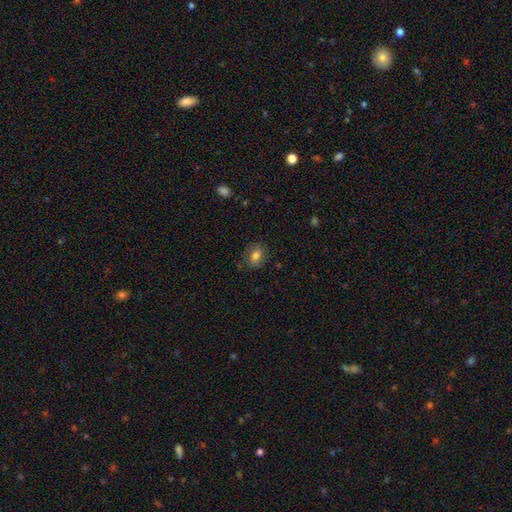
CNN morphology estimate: Smooth or featured: smooth — 75% (featured or disk — 15%)
How rounded: in between — 67% (round — 31%)
Merging: none — 79% (minor disturbance — 15%)